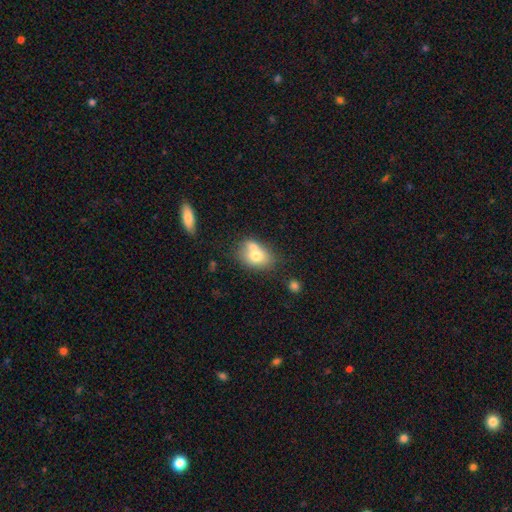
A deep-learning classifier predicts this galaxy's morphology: The model was most divided on "merging" (2-way tie): none: 40%, merger: 40%, minor disturbance: 15%, major disturbance: 5%. More confident: smooth or featured — smooth (70%); how rounded — in between (67%).